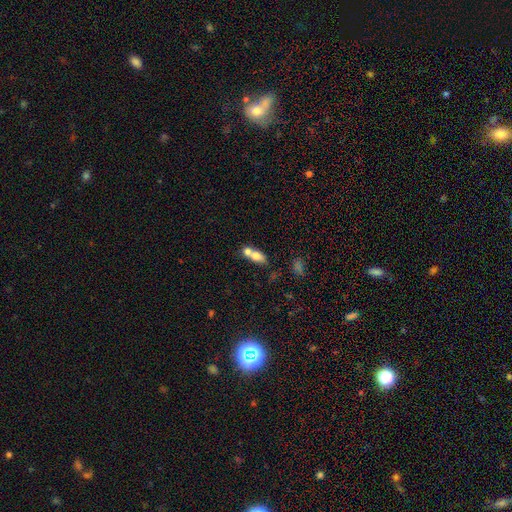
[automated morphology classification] Overall: smooth (71%). How rounded: in between (71%). Merging: merger (66%).